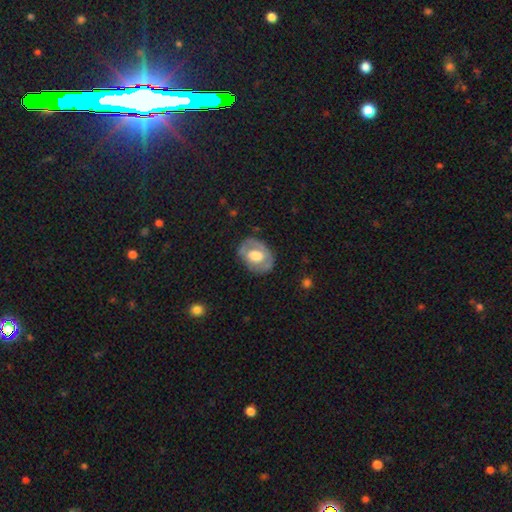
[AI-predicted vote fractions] Smooth or featured: featured or disk — 50% (smooth — 44%)
Edge-on disk: no — 93% (yes — 7%)
Merging: none — 75% (minor disturbance — 18%)